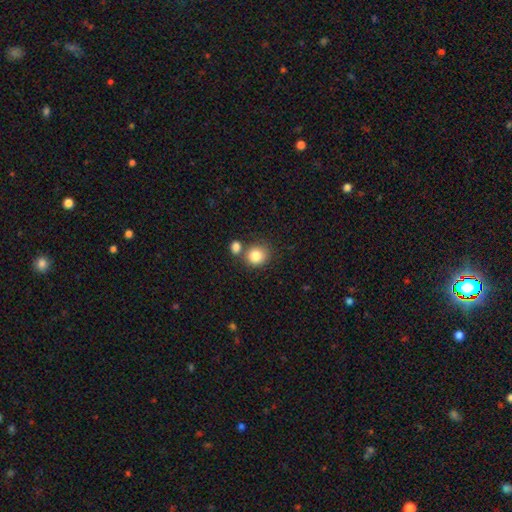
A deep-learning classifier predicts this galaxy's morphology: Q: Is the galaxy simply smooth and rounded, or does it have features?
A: smooth — 83%.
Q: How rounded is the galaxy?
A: round — 83%.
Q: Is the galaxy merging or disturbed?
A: none — 63%.